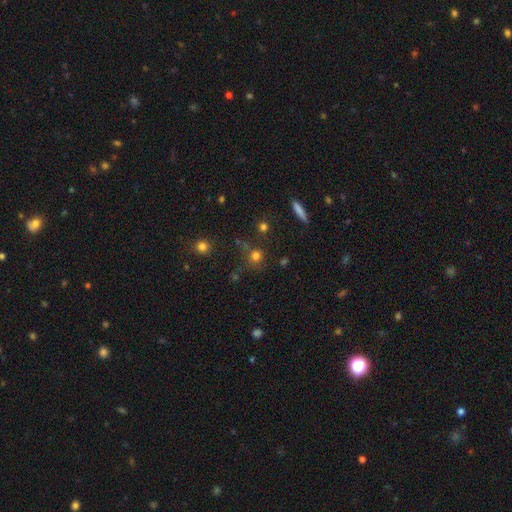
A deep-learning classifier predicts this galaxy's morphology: Q: Smooth or featured?
A: smooth (74%); runner-up: star or artifact (19%)
Q: How rounded?
A: round (88%); runner-up: in between (10%)
Q: Merging?
A: none (74%); runner-up: minor disturbance (12%)